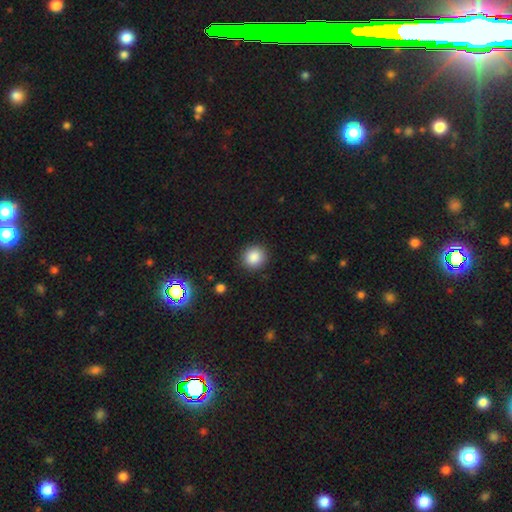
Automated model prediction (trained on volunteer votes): Morphology: type=smooth (86%); roundness=round (90%); merging=none (90%).